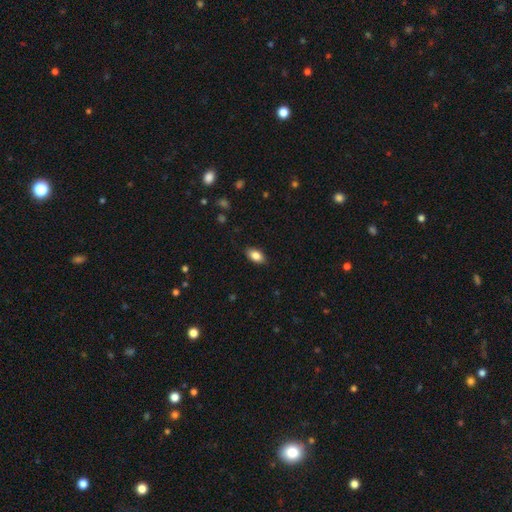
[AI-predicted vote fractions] A smooth galaxy with no disk features (84%) that is in between round and cigar-shaped (91%).

Vote fractions:
- Smooth or featured? smooth: 84% / featured or disk: 9% / star or artifact: 8%
- How rounded? in between: 91% / round: 6% / cigar-shaped: 4%
- Merging? none: 86% / minor disturbance: 10% / major disturbance: 2% / merger: 1%